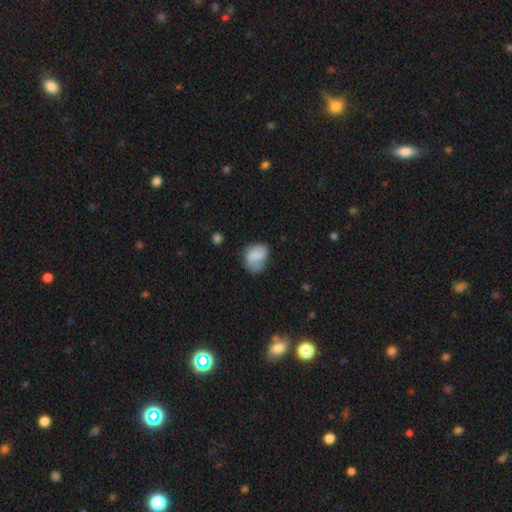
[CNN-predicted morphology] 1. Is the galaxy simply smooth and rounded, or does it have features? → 66% smooth, 26% featured or disk, 8% star or artifact.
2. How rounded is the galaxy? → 63% in between, 36% round, 1% cigar-shaped.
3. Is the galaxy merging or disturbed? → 46% none, 33% minor disturbance, 17% major disturbance, 4% merger.